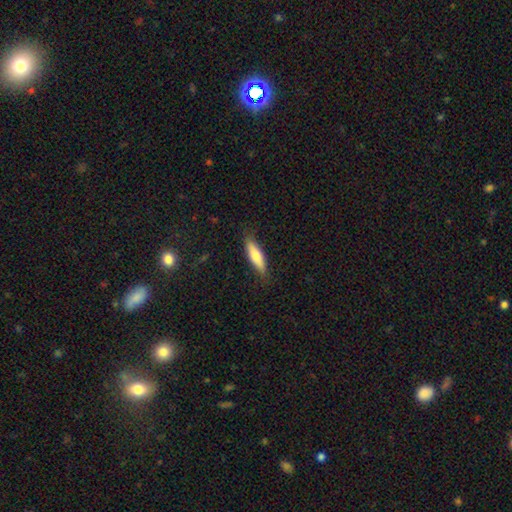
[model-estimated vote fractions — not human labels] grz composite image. It shows a smooth galaxy with no disk features (72%) that is cigar-shaped (59%). Merging: none (82%).